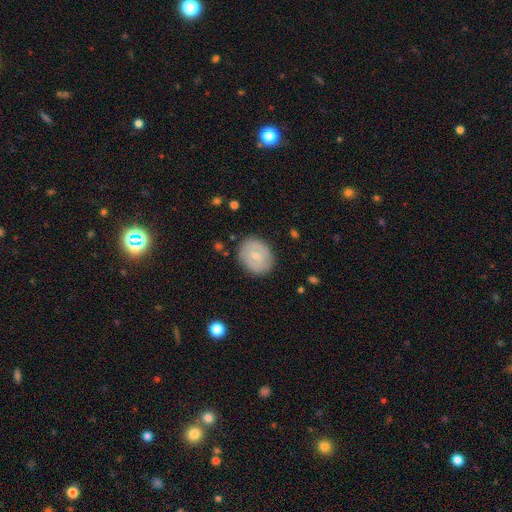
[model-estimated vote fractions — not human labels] Morphology: type=smooth (54%); roundness=round (61%); merging=none (84%).